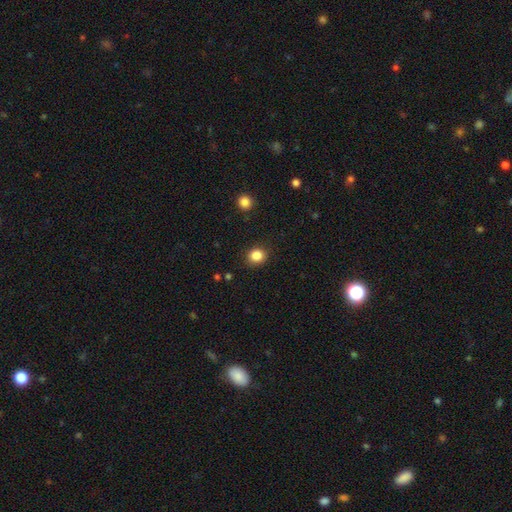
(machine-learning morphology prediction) This appears to be a smooth galaxy with no disk features (85%) that is round (76%). Merging: none (88%).